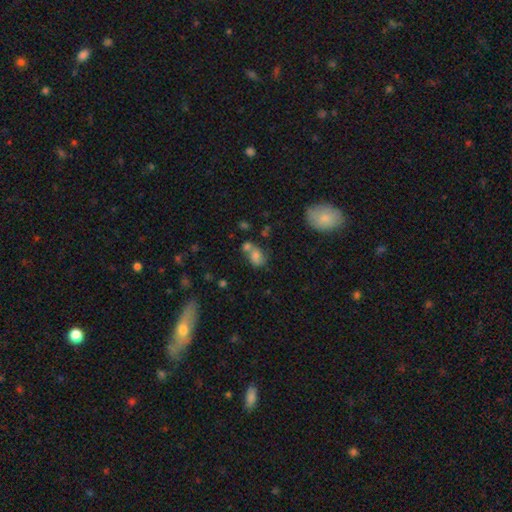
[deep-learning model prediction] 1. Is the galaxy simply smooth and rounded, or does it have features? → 66% smooth, 21% featured or disk, 13% star or artifact.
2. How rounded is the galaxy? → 64% in between, 34% round, 2% cigar-shaped.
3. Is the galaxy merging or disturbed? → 43% merger, 35% none, 15% minor disturbance, 7% major disturbance.